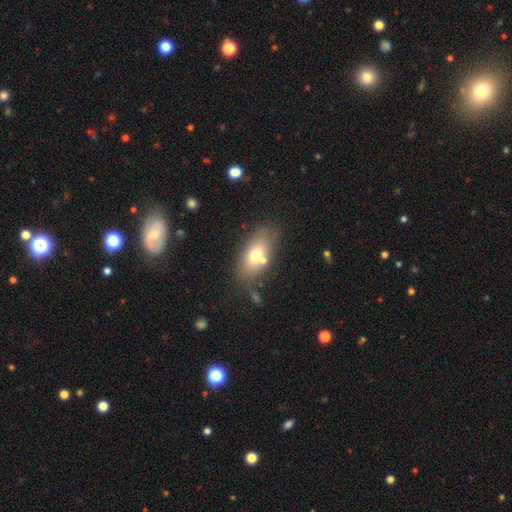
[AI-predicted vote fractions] Smooth or featured? Predicted: smooth (p=0.69). How rounded? Predicted: in between (p=0.87). Merging? Predicted: none (p=0.65).